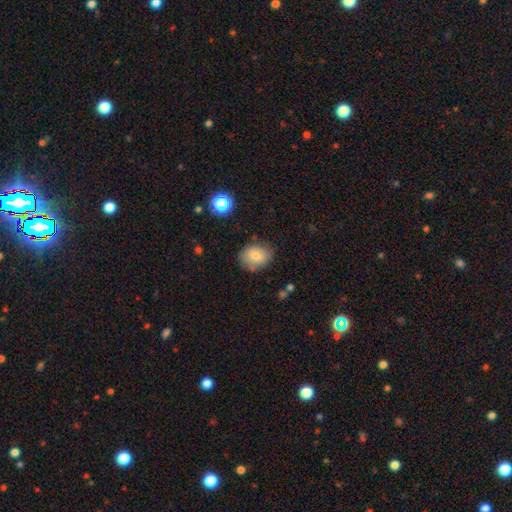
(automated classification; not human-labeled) Morphology: type=smooth (79%); roundness=in between (54%); merging=none (77%).